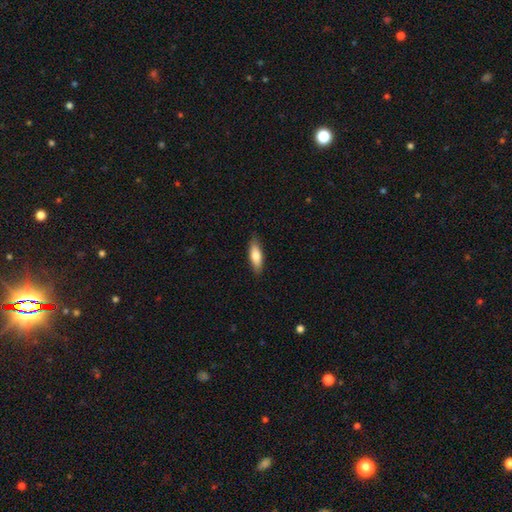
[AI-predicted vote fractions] A smooth galaxy with no disk features (75%) that is in between round and cigar-shaped (60%). Merging: none (84%).